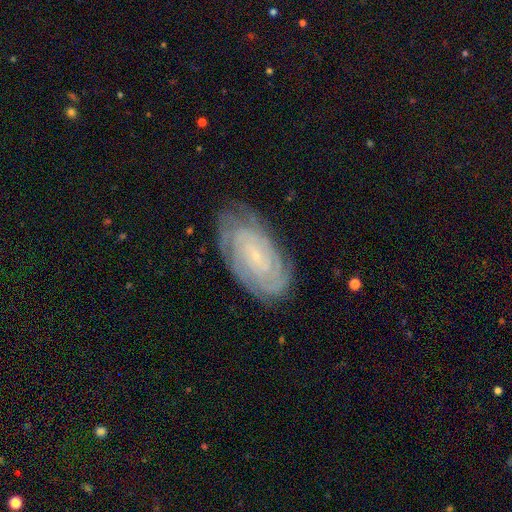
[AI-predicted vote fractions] featured or disk 80%, smooth 13%, star or artifact 7%. Down the decision tree: edge-on disk — no (95%); bar — no (63%); spiral arms — yes (94%); spiral arm count — can't tell (43%); spiral winding — tight (81%); bulge size — small (86%); merging — none (76%).